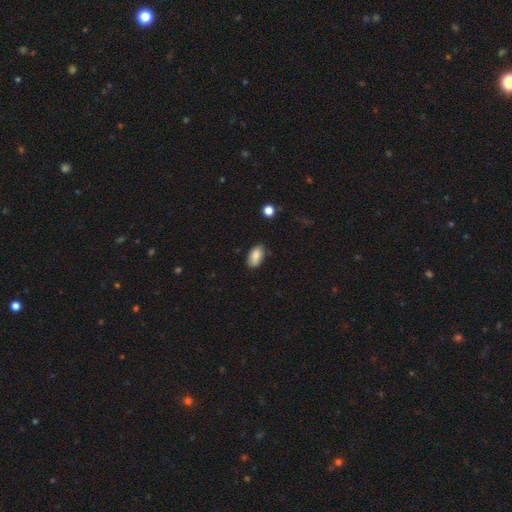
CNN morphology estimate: Smooth or featured: smooth — 87% (star or artifact — 8%)
How rounded: in between — 93% (round — 4%)
Merging: none — 79% (minor disturbance — 17%)